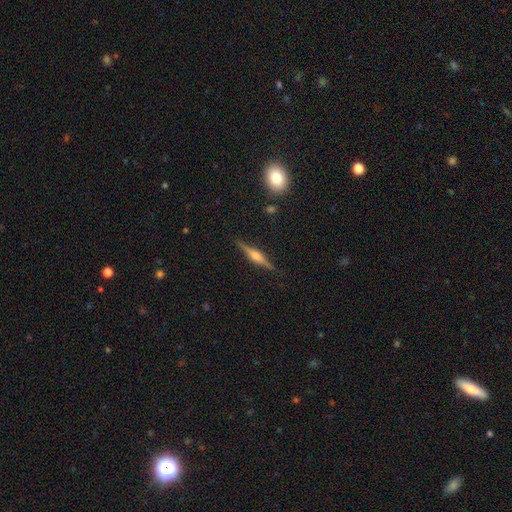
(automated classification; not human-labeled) Overall: featured or disk (77%). Edge-on disk: yes (98%). Edge-on bulge: rounded (85%). Merging: none (89%).